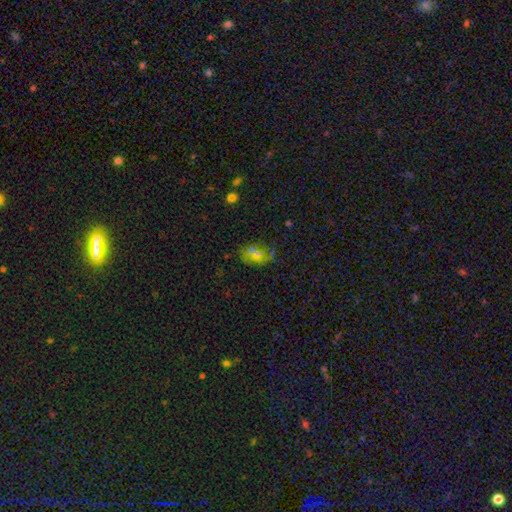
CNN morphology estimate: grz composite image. It shows a smooth galaxy with no disk features (37%). Merging: none (61%).